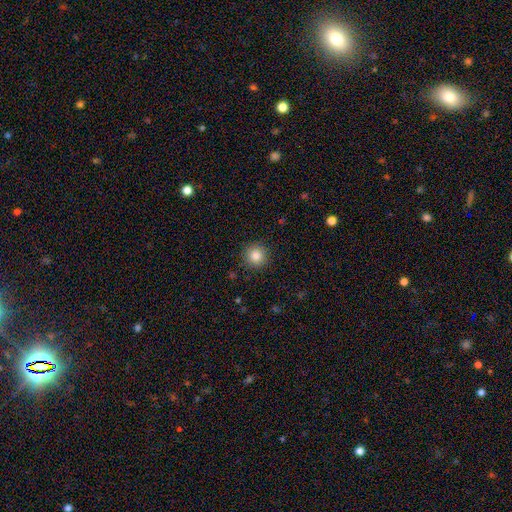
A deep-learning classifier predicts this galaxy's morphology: This is clearly a smooth galaxy (85%). How rounded: clearly round (94%). Merging: clearly none (90%).